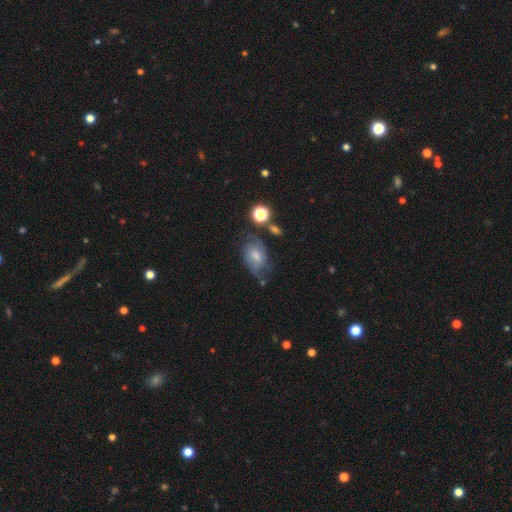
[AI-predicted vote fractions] smooth 51%, featured or disk 39%, star or artifact 11%. Down the decision tree: how rounded — in between (79%); merging — none (48%).